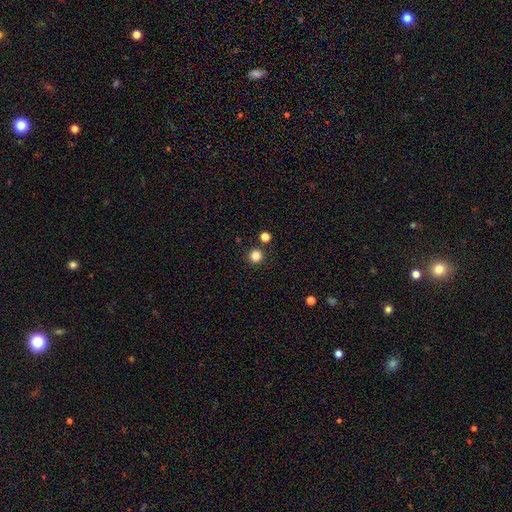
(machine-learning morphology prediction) A smooth galaxy with no disk features (83%) that is round (96%). Merging: none (90%).